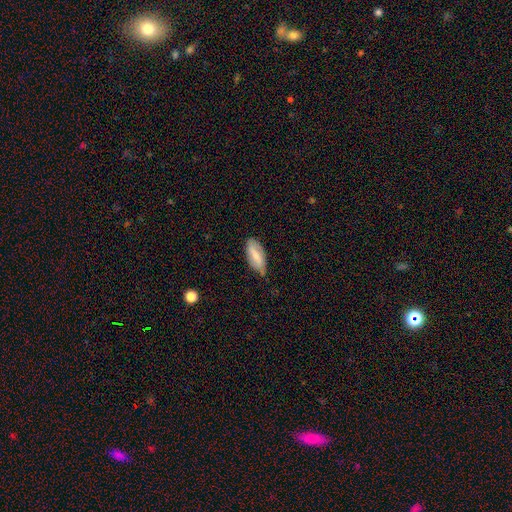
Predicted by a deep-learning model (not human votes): This appears to be a smooth galaxy with no disk features (63%) that is in between round and cigar-shaped (85%). Merging: none (69%).